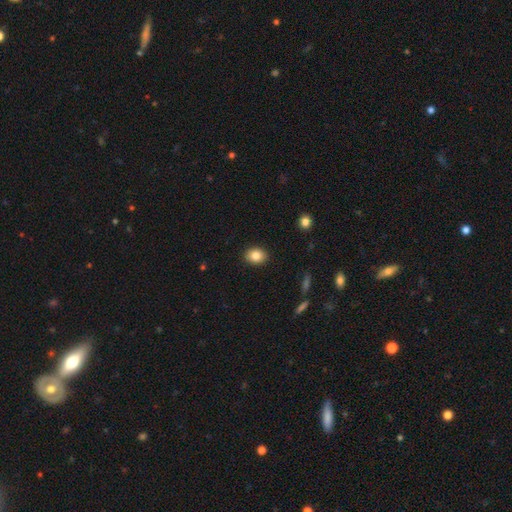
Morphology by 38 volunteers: Overall: smooth (84%). How rounded: in between (56%; round 44%). Merging: none (86%).